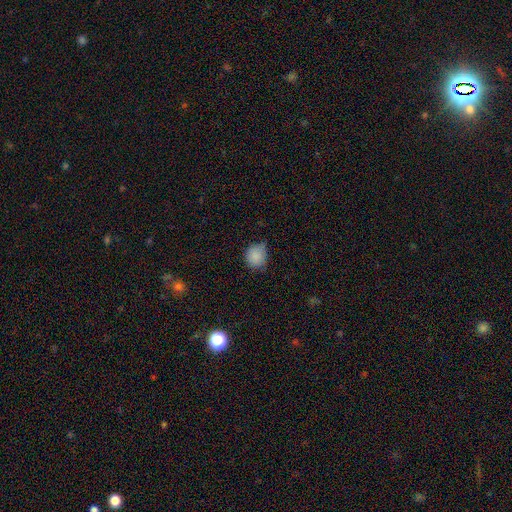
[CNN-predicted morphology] Overall: smooth (86%). How rounded: round (80%). Merging: none (57%; minor disturbance 35%).